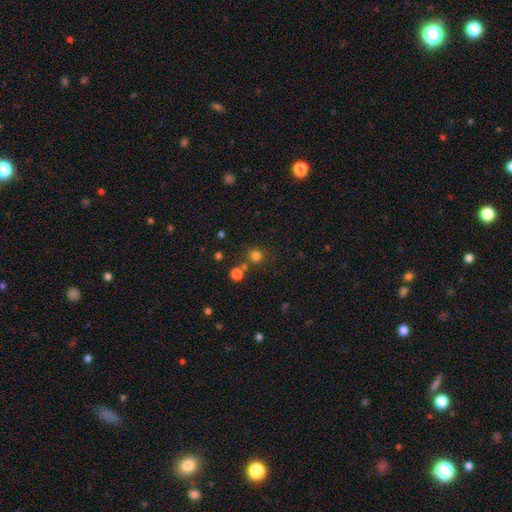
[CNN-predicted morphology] This is likely a smooth galaxy (76%). How rounded: clearly round (93%). Merging: likely none (76%).